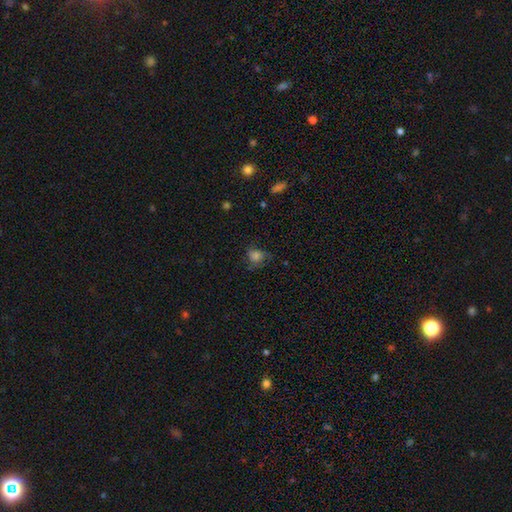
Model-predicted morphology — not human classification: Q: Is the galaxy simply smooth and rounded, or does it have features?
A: smooth — 70%.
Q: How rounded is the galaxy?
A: round — 57%.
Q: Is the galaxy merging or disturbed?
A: none — 50%.